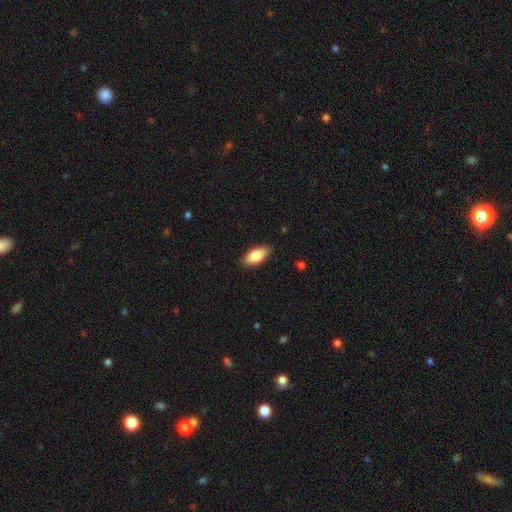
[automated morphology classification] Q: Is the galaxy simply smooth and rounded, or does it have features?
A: smooth — 82%.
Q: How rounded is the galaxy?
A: in between — 89%.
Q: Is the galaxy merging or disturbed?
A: none — 87%.